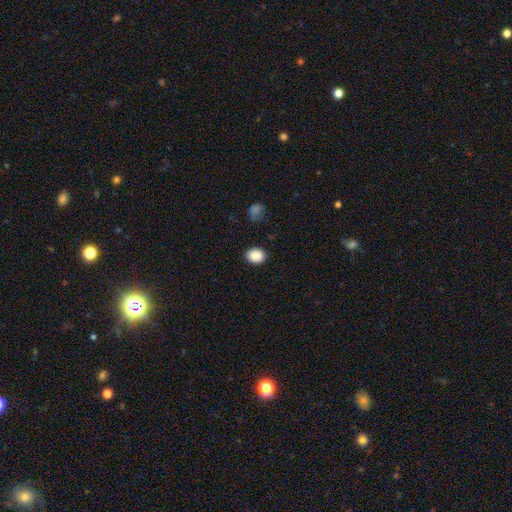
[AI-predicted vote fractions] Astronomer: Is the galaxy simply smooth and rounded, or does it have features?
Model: smooth — 89%.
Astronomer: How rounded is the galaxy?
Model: in between — 50% (runner-up: round, 49%).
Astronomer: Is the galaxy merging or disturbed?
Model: none — 88%.